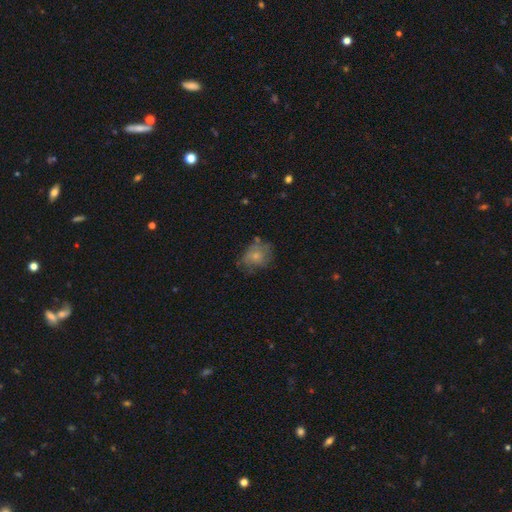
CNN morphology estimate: This appears to be a smooth galaxy with no disk features (60%) that is round (56%). Merging: none (51%).